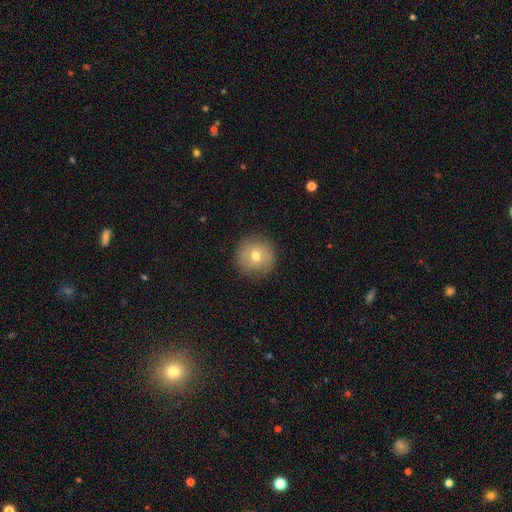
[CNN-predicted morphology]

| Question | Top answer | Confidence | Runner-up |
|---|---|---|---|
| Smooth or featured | smooth | 72% | featured or disk (17%) |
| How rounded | round | 95% | in between (4%) |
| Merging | none | 88% | minor disturbance (8%) |